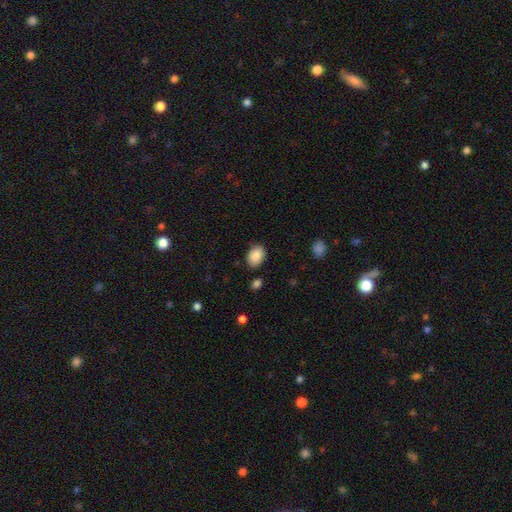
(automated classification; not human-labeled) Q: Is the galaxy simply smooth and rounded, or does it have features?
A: smooth — 89%.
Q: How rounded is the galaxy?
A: in between — 79%.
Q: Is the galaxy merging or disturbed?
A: none — 82%.